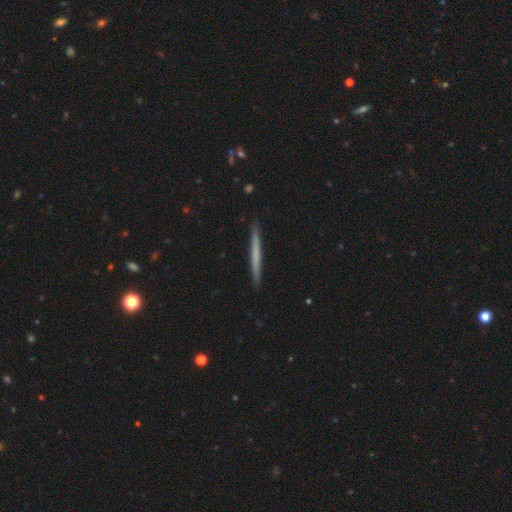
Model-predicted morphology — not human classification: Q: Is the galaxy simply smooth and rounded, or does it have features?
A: smooth — 58%.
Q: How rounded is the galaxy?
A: cigar-shaped — 97%.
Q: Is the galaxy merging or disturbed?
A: none — 92%.